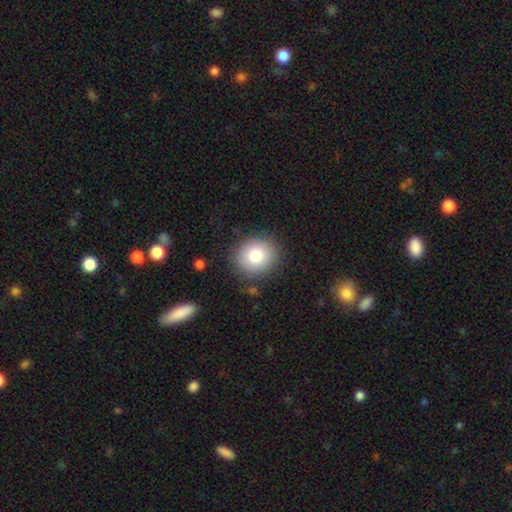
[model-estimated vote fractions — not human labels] A smooth galaxy with no disk features (80%) that is round (79%).

Vote fractions:
- Smooth or featured? smooth: 80% / featured or disk: 11% / star or artifact: 10%
- How rounded? round: 79% / in between: 20% / cigar-shaped: 1%
- Merging? none: 87% / minor disturbance: 9% / major disturbance: 3% / merger: 1%